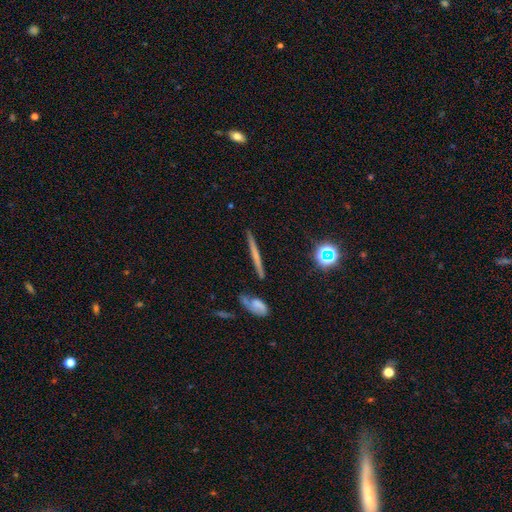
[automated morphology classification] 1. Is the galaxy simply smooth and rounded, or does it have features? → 45% smooth, 44% featured or disk, 11% star or artifact.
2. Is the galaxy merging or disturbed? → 83% none, 9% minor disturbance, 5% merger, 3% major disturbance.